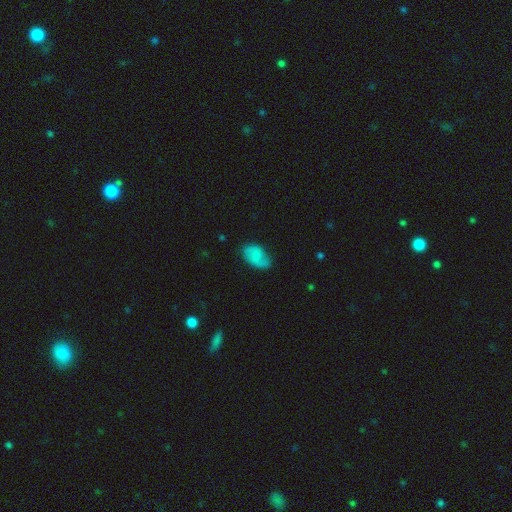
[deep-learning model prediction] Smooth or featured? smooth (49%)
Merging? none (69%)